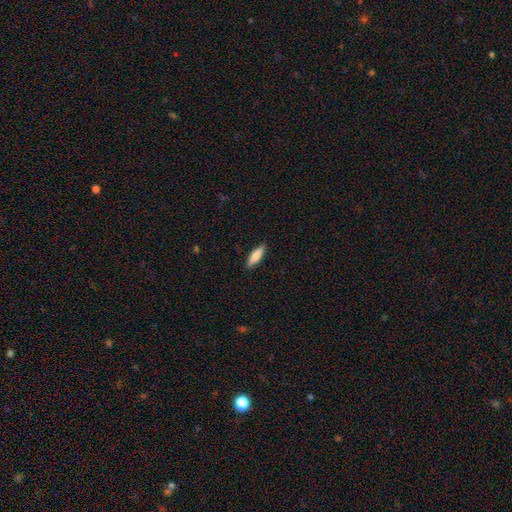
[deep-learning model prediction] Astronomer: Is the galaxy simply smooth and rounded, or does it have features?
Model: smooth — 76%.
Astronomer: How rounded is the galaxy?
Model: cigar-shaped — 60% (runner-up: in between, 38%).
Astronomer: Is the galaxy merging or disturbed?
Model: none — 88%.